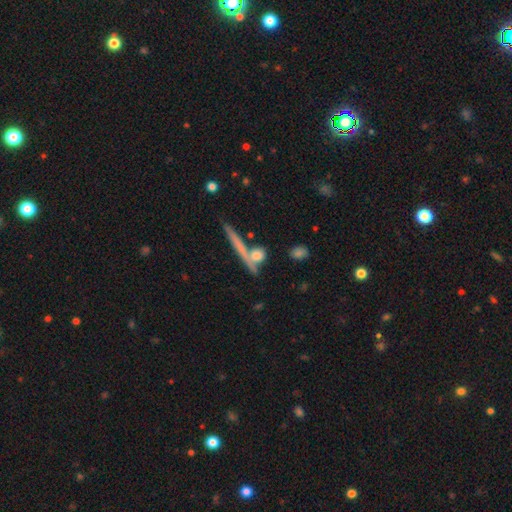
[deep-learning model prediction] smooth-or-featured: smooth: 63% | featured or disk: 28% | star or artifact: 9%
  how-rounded: round: 48% | cigar-shaped: 35% | in between: 17%
  merging: none: 58% | merger: 23% | minor disturbance: 12% | major disturbance: 6%